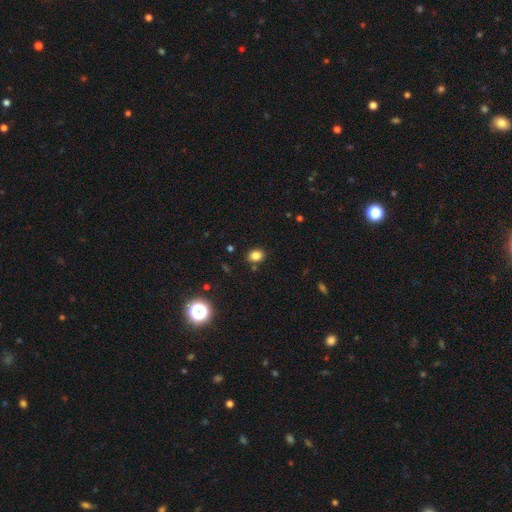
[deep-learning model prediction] The model was most divided on "how rounded": in between: 50%, round: 49%, cigar-shaped: 1%. More confident: merging — none (84%); smooth or featured — smooth (82%).